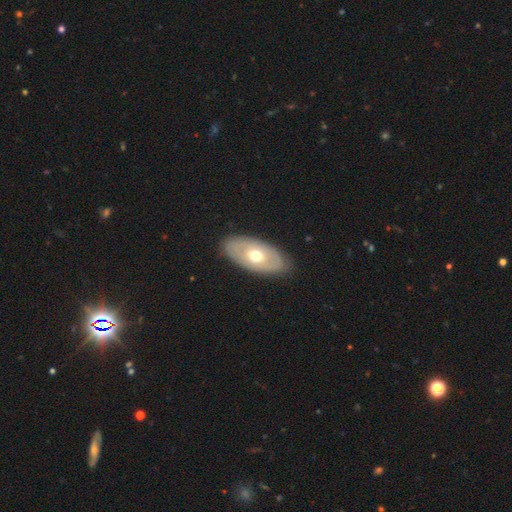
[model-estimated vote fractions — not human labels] smooth_or_featured: featured or disk (p=0.48) [alt: smooth p=0.47]
merging: none (p=0.84) [alt: minor disturbance p=0.12]